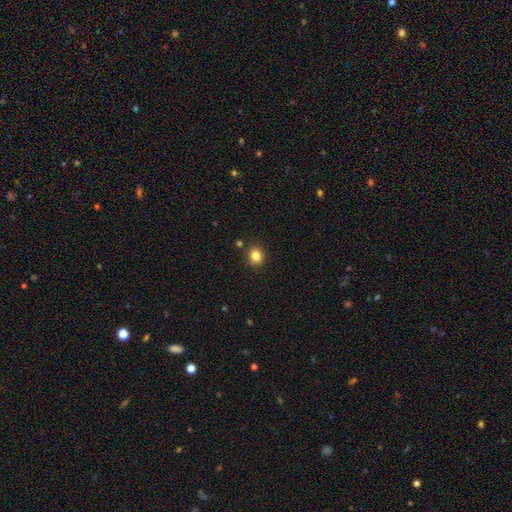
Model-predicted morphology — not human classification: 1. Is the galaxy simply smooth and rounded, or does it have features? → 83% smooth, 12% star or artifact, 5% featured or disk.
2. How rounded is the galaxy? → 75% round, 24% in between, 1% cigar-shaped.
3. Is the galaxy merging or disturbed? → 87% none, 8% minor disturbance, 3% merger, 2% major disturbance.